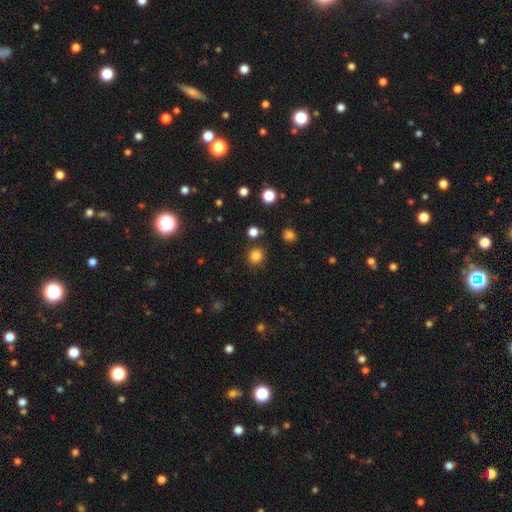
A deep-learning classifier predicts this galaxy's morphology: Overall: smooth (82%). How rounded: round (91%). Merging: none (86%).